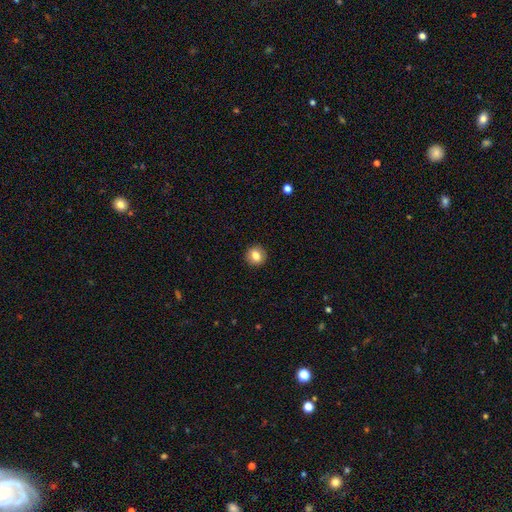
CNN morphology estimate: Overall: smooth (80%). How rounded: round (91%). Merging: none (92%).